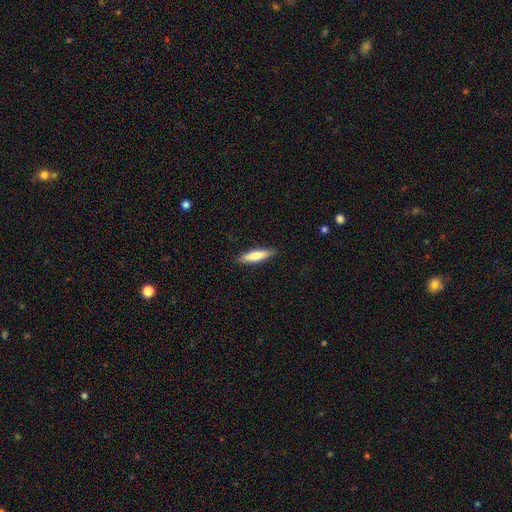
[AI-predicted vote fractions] Morphology: type=smooth (75%); roundness=cigar-shaped (73%); merging=none (88%).